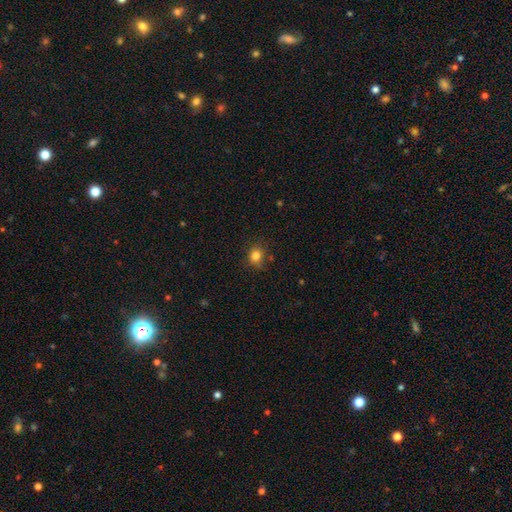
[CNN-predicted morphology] Smooth or featured: smooth — 82% (star or artifact — 12%)
How rounded: round — 72% (in between — 27%)
Merging: none — 74% (minor disturbance — 19%)